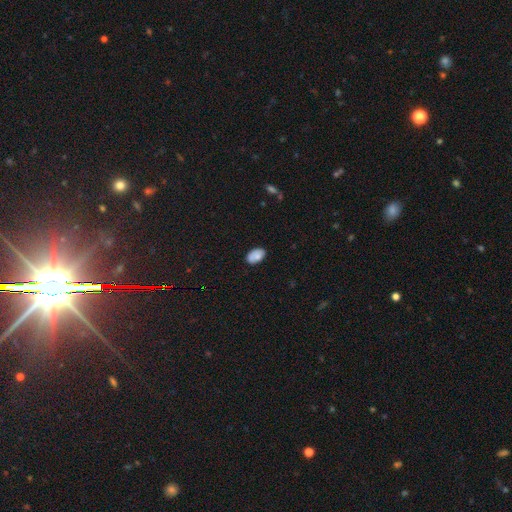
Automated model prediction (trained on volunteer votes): Smooth or featured? Predicted: smooth (p=0.82). How rounded? Predicted: in between (p=0.93). Merging? Predicted: none (p=0.79).